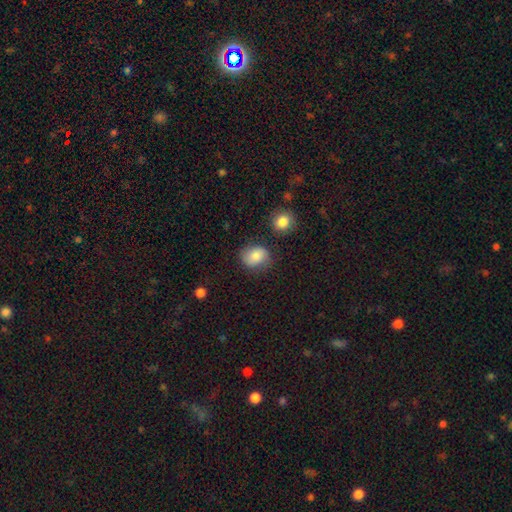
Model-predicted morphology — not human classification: Overall: smooth (79%). How rounded: round (55%; in between 44%). Merging: none (71%).